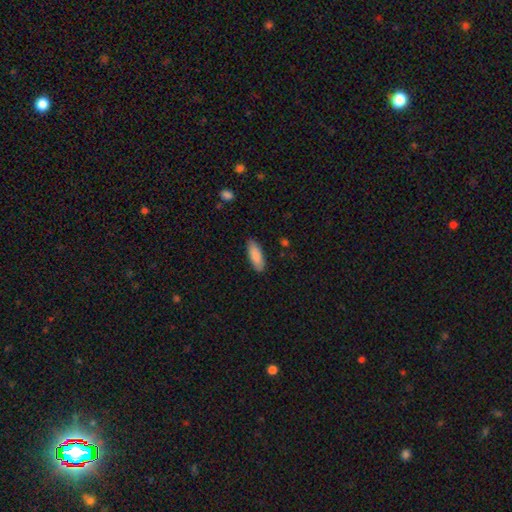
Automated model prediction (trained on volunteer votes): Q: Smooth or featured?
A: smooth (88%); runner-up: featured or disk (6%)
Q: How rounded?
A: in between (64%); runner-up: cigar-shaped (34%)
Q: Merging?
A: none (86%); runner-up: minor disturbance (11%)